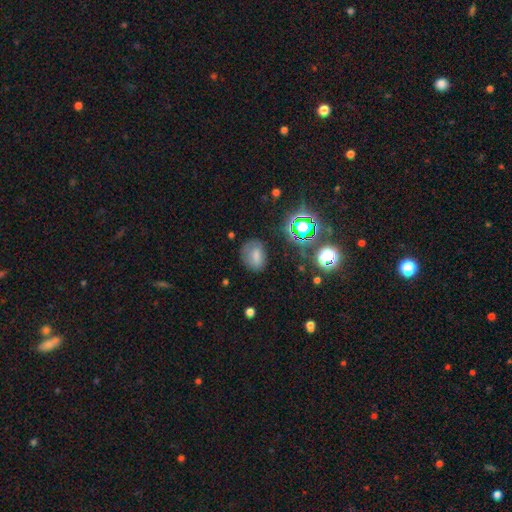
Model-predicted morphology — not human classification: Overall: smooth (68%). How rounded: in between (63%; round 36%). Merging: none (67%).